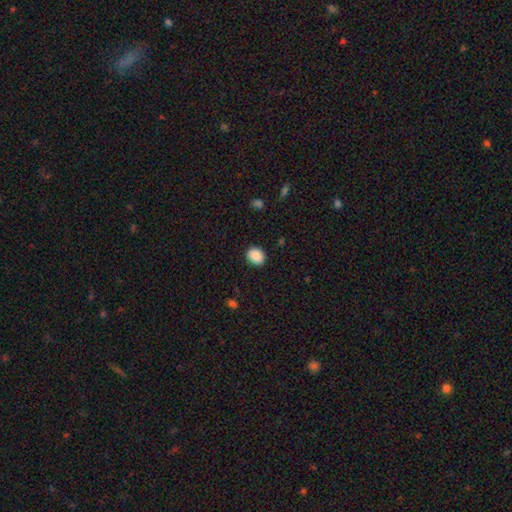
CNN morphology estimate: type=smooth (89%); roundness=round (52%); merging=none (89%).